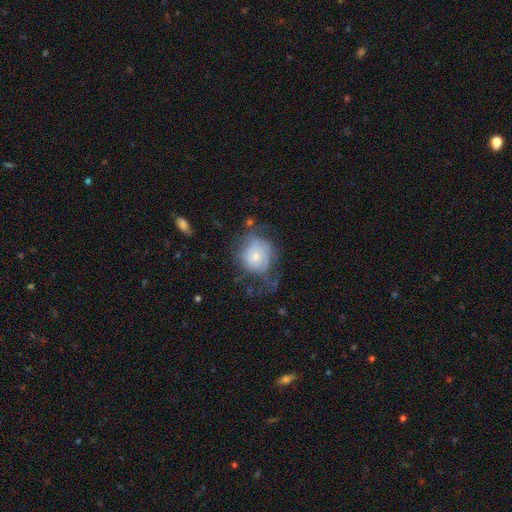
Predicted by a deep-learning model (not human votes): smooth-or-featured: smooth: 49% | featured or disk: 43% | star or artifact: 8%
  merging: none: 34% (tied) | major disturbance: 34% (tied) | minor disturbance: 29% | merger: 3%